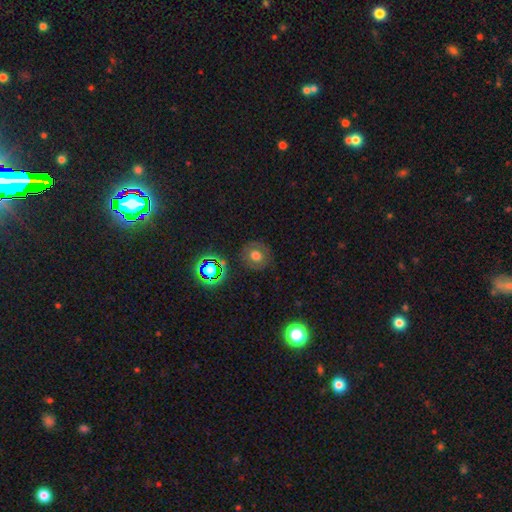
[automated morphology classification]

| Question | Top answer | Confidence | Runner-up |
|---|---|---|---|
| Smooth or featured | smooth | 59% | featured or disk (23%) |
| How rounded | round | 85% | in between (14%) |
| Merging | none | 84% | minor disturbance (10%) |